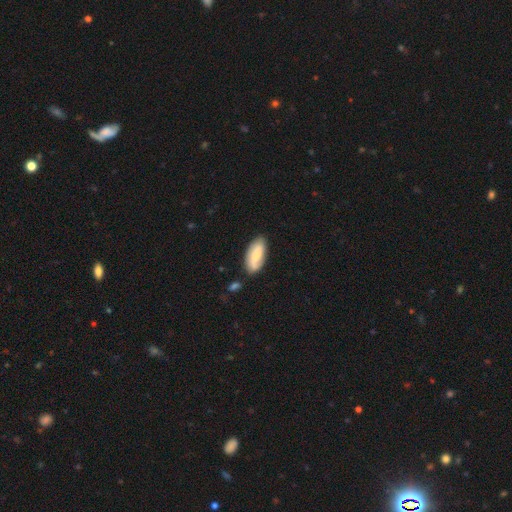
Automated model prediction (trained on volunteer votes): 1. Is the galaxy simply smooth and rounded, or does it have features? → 69% smooth, 24% featured or disk, 6% star or artifact.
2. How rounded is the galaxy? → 84% in between, 15% cigar-shaped, 2% round.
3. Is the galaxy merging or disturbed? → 74% none, 18% minor disturbance, 4% major disturbance, 4% merger.